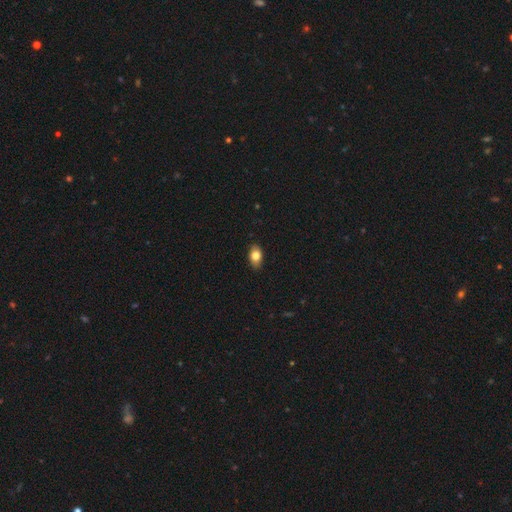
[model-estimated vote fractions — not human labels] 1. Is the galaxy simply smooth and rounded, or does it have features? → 80% smooth, 12% featured or disk, 8% star or artifact.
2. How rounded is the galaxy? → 87% in between, 11% round, 2% cigar-shaped.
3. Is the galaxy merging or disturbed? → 87% none, 10% minor disturbance, 2% major disturbance, 1% merger.